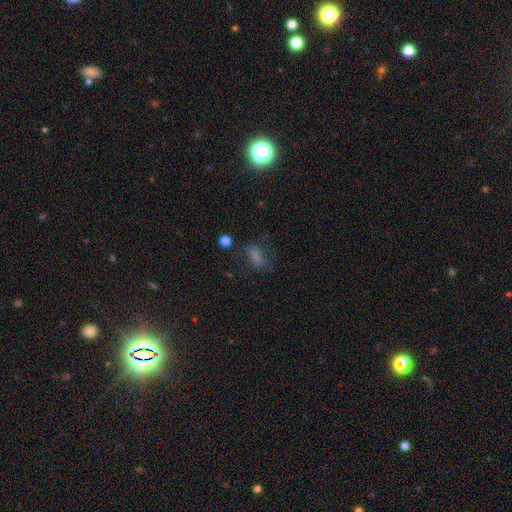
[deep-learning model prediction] The model was most divided on "smooth or featured": smooth: 46%, star or artifact: 34%, featured or disk: 20%. More confident: merging — none (63%).